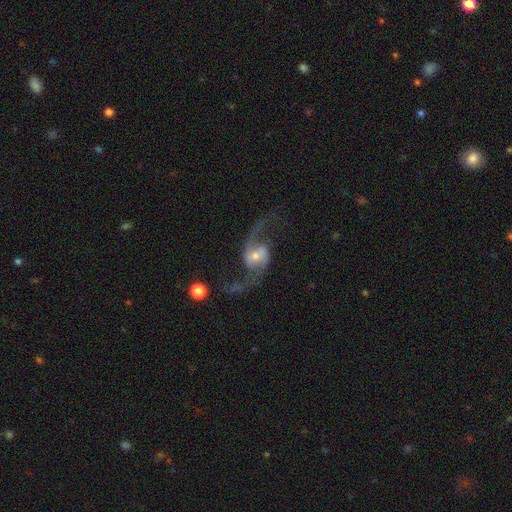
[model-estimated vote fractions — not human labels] A featured or disk galaxy (89%) with a weak bar (41%), 2 (94%) loose (83%) spiral arms (97%) and a moderate central bulge (50%).

Vote fractions:
- Smooth or featured? featured or disk: 89% / smooth: 6% / star or artifact: 5%
- Edge-on disk? no: 97% / yes: 3%
- Bar? weak: 41% / no: 39% / strong: 20%
- Spiral arms? yes: 97% / no: 3%
- Spiral winding? loose: 83% / medium: 14% / tight: 3%
- Spiral arm count? 2: 94% / 1: 2% / can't tell: 1% / 3: 1% / 4: 1% / more than 4: 1%
- Bulge size? moderate: 50% / small: 40% / large: 6% / none: 2% / dominant: 2%
- Merging? none: 71% / minor disturbance: 13% / major disturbance: 12% / merger: 4%